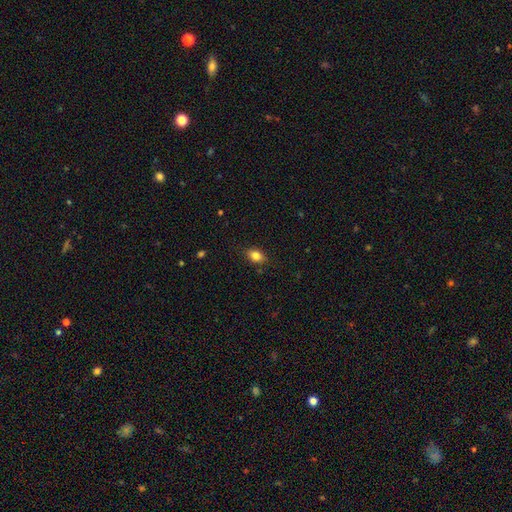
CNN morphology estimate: Smooth or featured: smooth — 82% (star or artifact — 10%)
How rounded: in between — 75% (round — 23%)
Merging: none — 83% (minor disturbance — 13%)